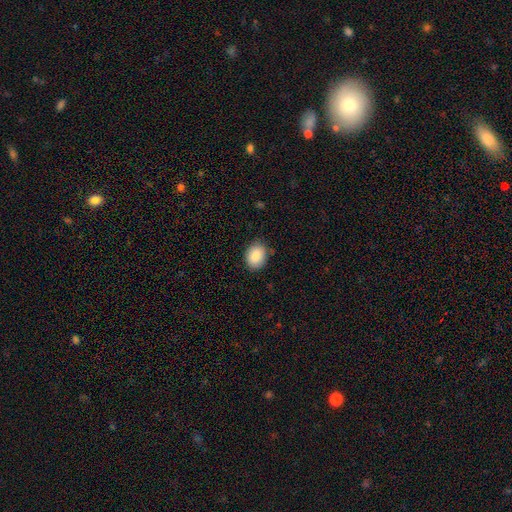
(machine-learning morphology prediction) Smooth or featured: smooth — 86% (star or artifact — 8%)
How rounded: in between — 60% (round — 40%)
Merging: none — 84% (minor disturbance — 12%)